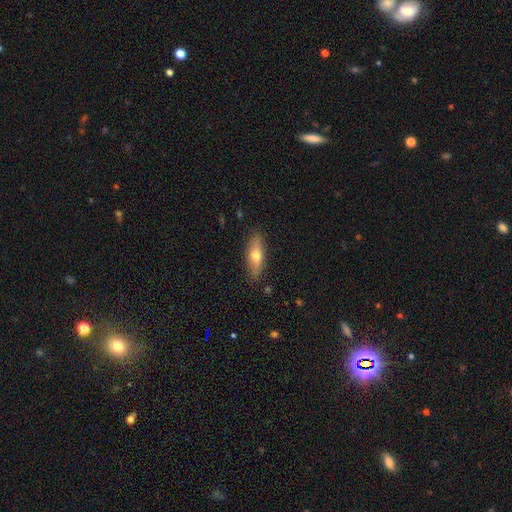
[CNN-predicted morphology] smooth_or_featured: smooth (p=0.61) [alt: featured or disk p=0.33]
how_rounded: in between (p=0.59) [alt: cigar-shaped p=0.38]
merging: none (p=0.84) [alt: minor disturbance p=0.12]